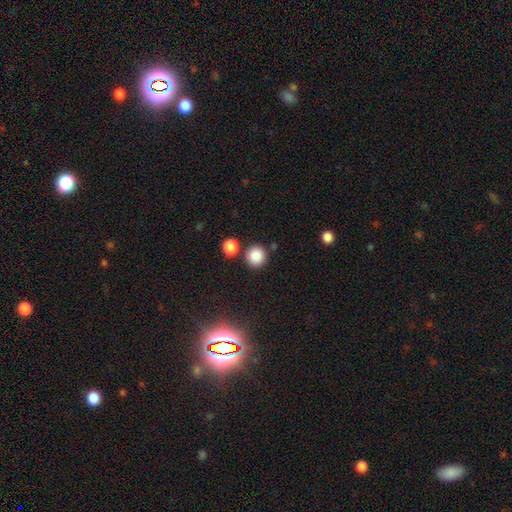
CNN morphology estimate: This is clearly a smooth galaxy (86%). How rounded: clearly round (90%). Merging: clearly none (80%).